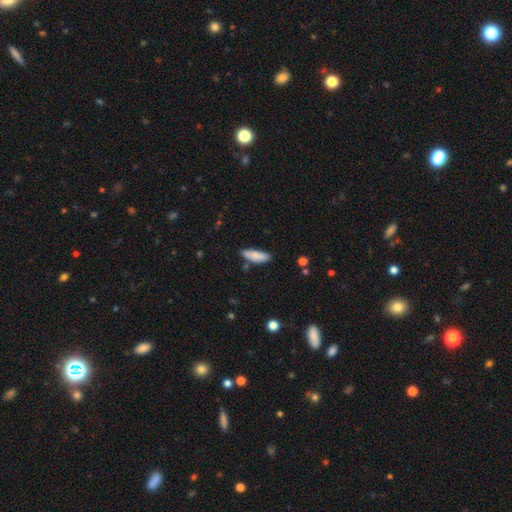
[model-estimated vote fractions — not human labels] Smooth or featured?
  - smooth: 83% *
  - featured or disk: 10%
  - star or artifact: 6%
How rounded?
  - in between: 60% *
  - cigar-shaped: 39%
  - round: 2%
Merging?
  - none: 75% *
  - minor disturbance: 18%
  - merger: 4%
  - major disturbance: 3%